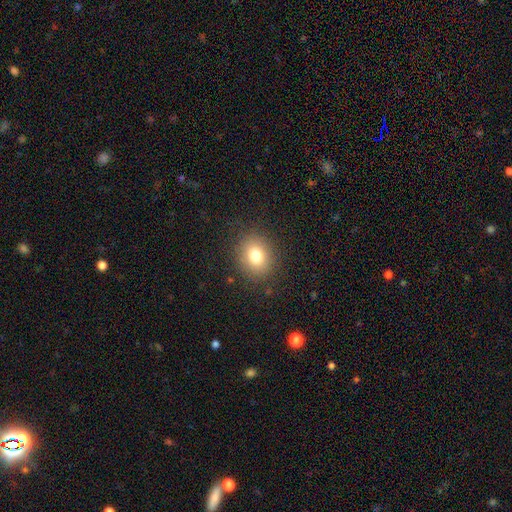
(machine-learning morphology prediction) Smooth or featured?
  - smooth: 78% *
  - star or artifact: 12%
  - featured or disk: 10%
How rounded?
  - round: 66% *
  - in between: 33%
  - cigar-shaped: 1%
Merging?
  - none: 87% *
  - minor disturbance: 9%
  - major disturbance: 4%
  - merger: 1%